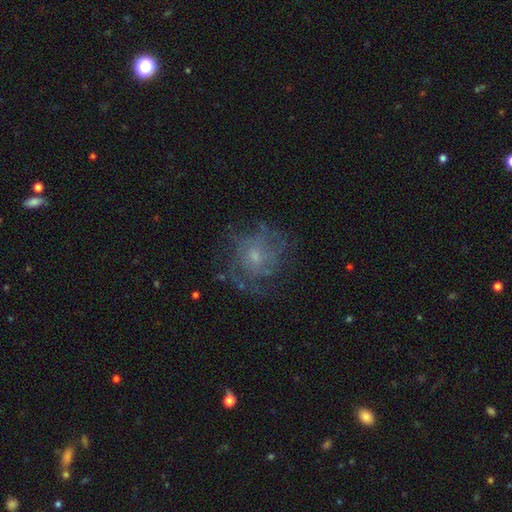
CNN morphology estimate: This is likely a featured or disk galaxy (65%). It is clearly not viewed edge-on (97%). Bar: likely no (77%). Spiral arm pattern: likely yes (74%). Central bulge: possibly small (57%). Merging: likely none (63%).